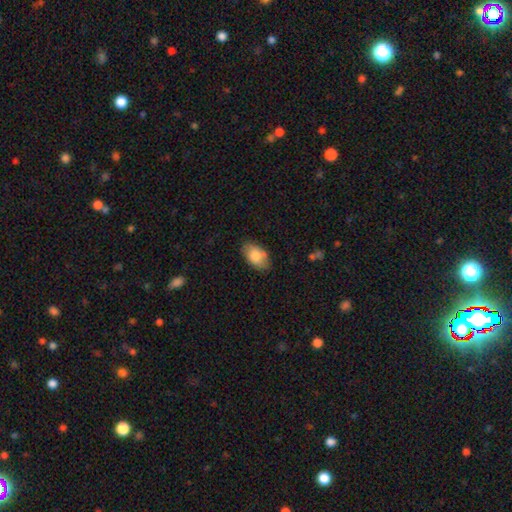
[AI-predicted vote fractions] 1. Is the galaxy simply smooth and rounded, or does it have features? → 82% smooth, 11% featured or disk, 6% star or artifact.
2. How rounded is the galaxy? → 93% in between, 6% round, 2% cigar-shaped.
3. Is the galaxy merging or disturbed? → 78% none, 17% minor disturbance, 3% major disturbance, 1% merger.